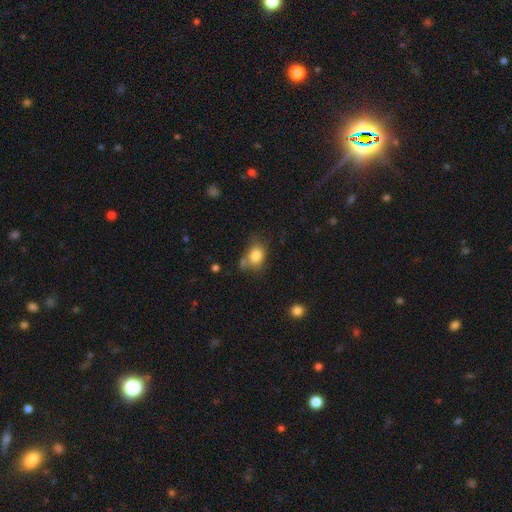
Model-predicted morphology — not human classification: type=smooth (82%); roundness=in between (53%); merging=none (56%).